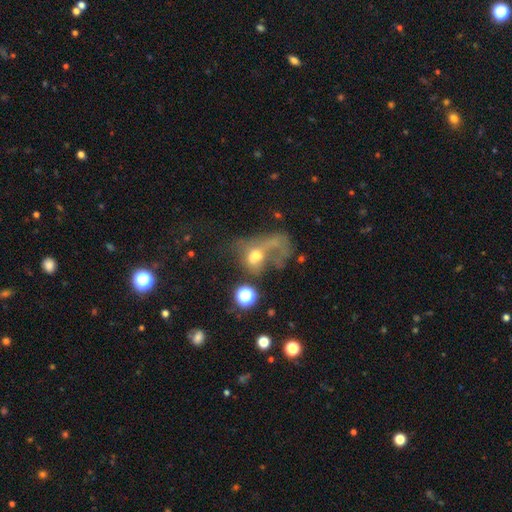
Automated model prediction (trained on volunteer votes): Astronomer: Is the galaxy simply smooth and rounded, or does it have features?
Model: smooth — 42% (runner-up: featured or disk, 38%).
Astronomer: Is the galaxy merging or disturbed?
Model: major disturbance — 51%.